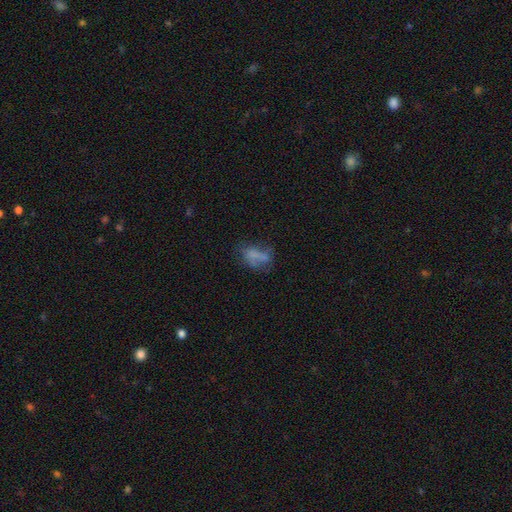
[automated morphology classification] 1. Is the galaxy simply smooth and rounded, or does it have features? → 58% smooth, 27% featured or disk, 14% star or artifact.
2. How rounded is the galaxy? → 79% in between, 11% round, 10% cigar-shaped.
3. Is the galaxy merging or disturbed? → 37% none, 28% major disturbance, 26% minor disturbance, 9% merger.